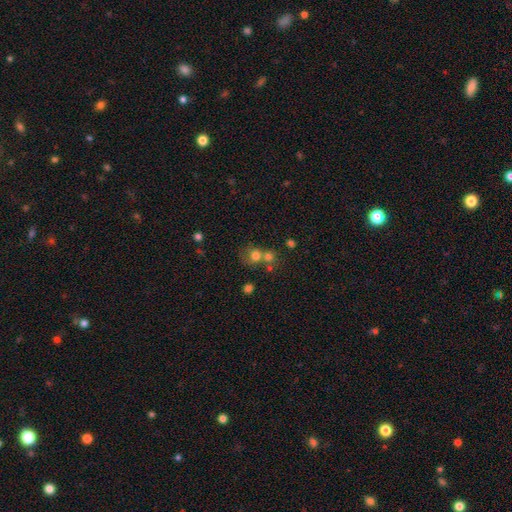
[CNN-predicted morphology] Smooth or featured: smooth — 70% (star or artifact — 15%)
How rounded: round — 76% (in between — 23%)
Merging: merger — 50% (none — 35%)